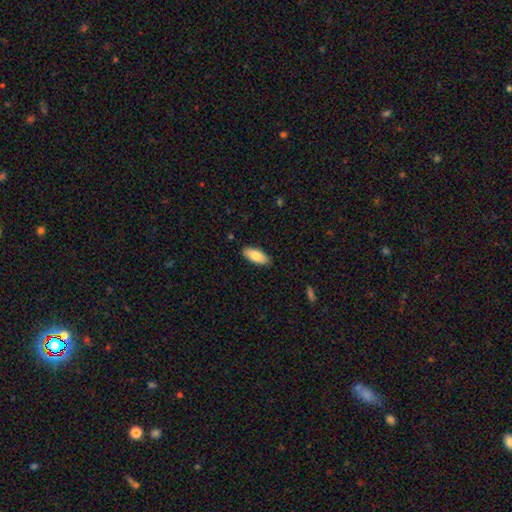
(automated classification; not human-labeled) Morphology: type=smooth (81%); roundness=in between (81%); merging=none (89%).